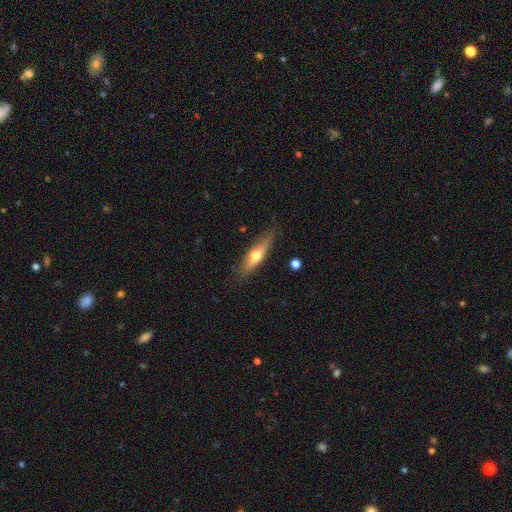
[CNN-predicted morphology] Smooth or featured: featured or disk — 51% (smooth — 42%)
Edge-on disk: yes — 91% (no — 9%)
Merging: none — 82% (minor disturbance — 14%)